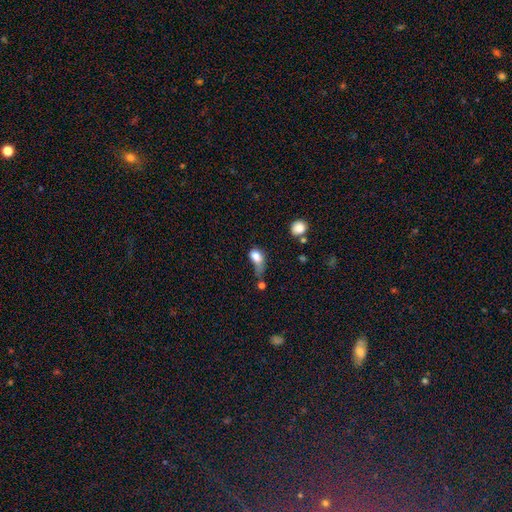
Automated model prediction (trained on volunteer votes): This is likely a smooth galaxy (74%). How rounded: likely in between (67%). Merging: marginally major disturbance (41%).